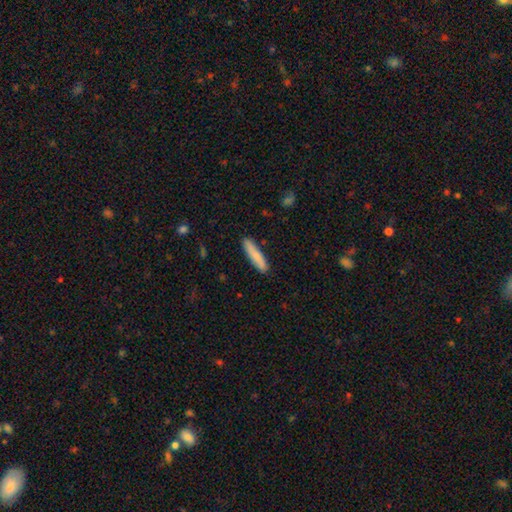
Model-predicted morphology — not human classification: Q: Smooth or featured?
A: smooth (79%); runner-up: featured or disk (16%)
Q: How rounded?
A: cigar-shaped (86%); runner-up: in between (13%)
Q: Merging?
A: none (88%); runner-up: minor disturbance (9%)